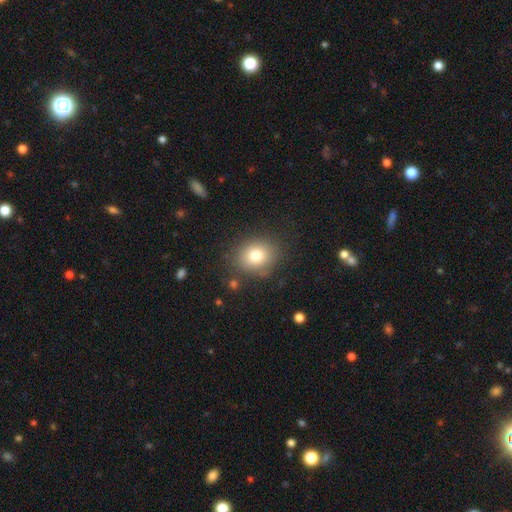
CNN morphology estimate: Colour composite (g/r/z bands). It shows a smooth galaxy with no disk features (78%) that is round (62%). Merging: none (81%).